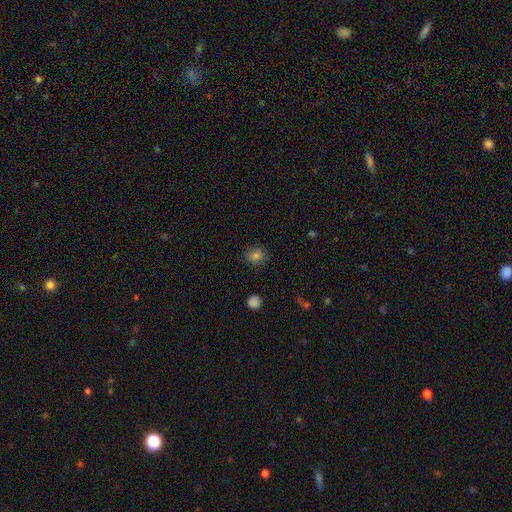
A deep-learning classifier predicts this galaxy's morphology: This appears to be a smooth galaxy with no disk features (78%) that is round (77%). Merging: none (87%).